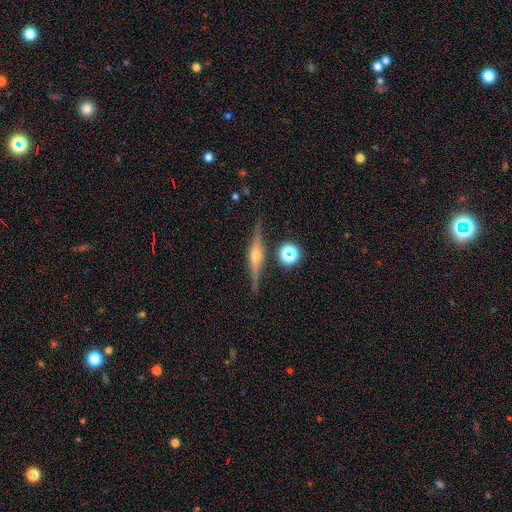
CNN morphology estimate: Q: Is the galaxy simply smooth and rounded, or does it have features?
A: featured or disk — 80%.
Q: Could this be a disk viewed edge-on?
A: yes — 97%.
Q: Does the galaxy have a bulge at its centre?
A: rounded — 91%.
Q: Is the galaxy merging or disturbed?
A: none — 86%.